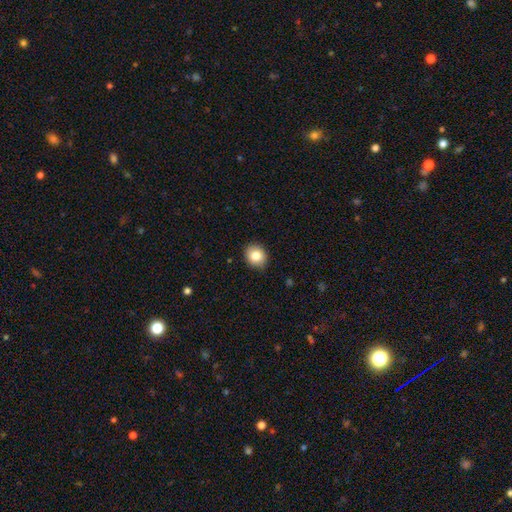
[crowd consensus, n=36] Overall: smooth (89%). How rounded: round (69%; in between 31%). Merging: none (86%).